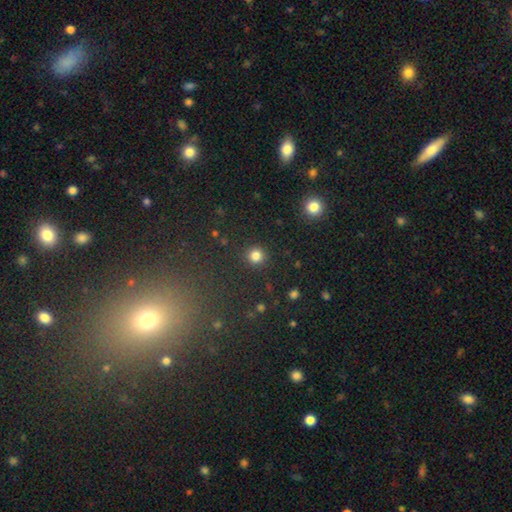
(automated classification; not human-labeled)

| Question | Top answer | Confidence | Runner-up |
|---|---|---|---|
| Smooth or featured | smooth | 83% | star or artifact (13%) |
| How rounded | round | 94% | in between (5%) |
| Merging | none | 91% | minor disturbance (5%) |